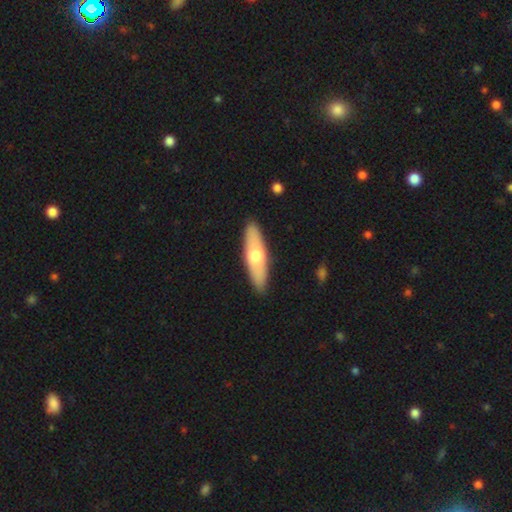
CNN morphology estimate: smooth_or_featured: smooth (p=0.56) [alt: featured or disk p=0.40]
how_rounded: cigar-shaped (p=0.60) [alt: in between p=0.38]
merging: none (p=0.90) [alt: minor disturbance p=0.07]